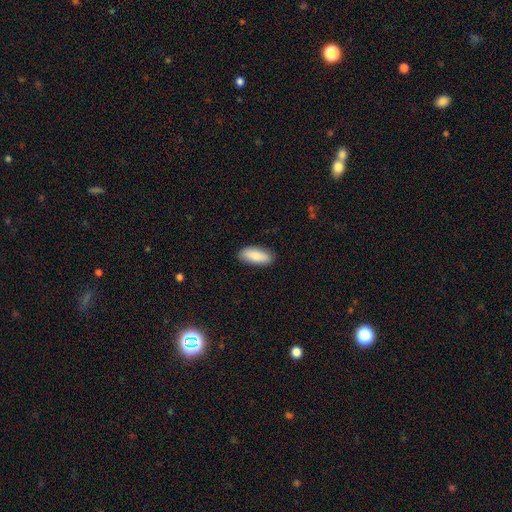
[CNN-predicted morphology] A smooth galaxy with no disk features (84%) that is in between round and cigar-shaped (83%).

Vote fractions:
- Smooth or featured? smooth: 84% / featured or disk: 11% / star or artifact: 6%
- How rounded? in between: 83% / cigar-shaped: 15% / round: 2%
- Merging? none: 87% / minor disturbance: 10% / major disturbance: 2% / merger: 1%